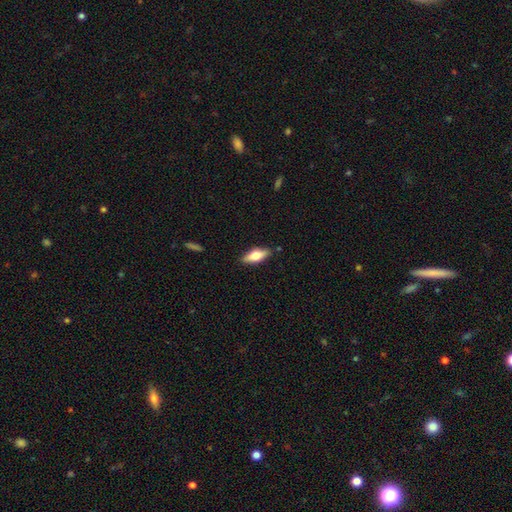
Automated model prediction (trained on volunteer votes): smooth-or-featured: smooth: 59% | featured or disk: 35% | star or artifact: 6%
  how-rounded: in between: 65% | cigar-shaped: 32% | round: 3%
  merging: none: 86% | minor disturbance: 11% | major disturbance: 2% | merger: 2%